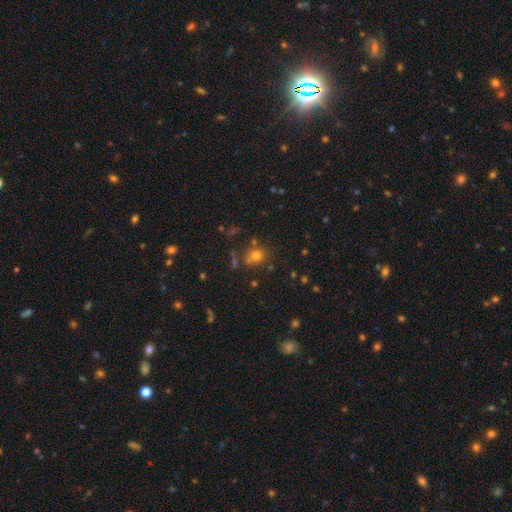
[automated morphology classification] This is likely a smooth galaxy (72%). How rounded: likely round (61%). Merging: likely none (69%).